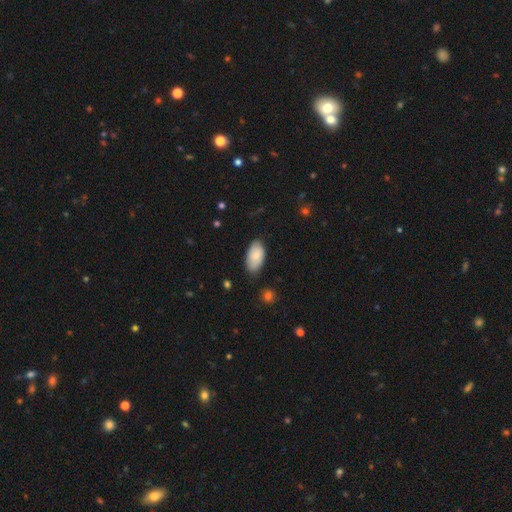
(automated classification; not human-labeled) Overall: smooth (80%). How rounded: in between (95%). Merging: none (78%).